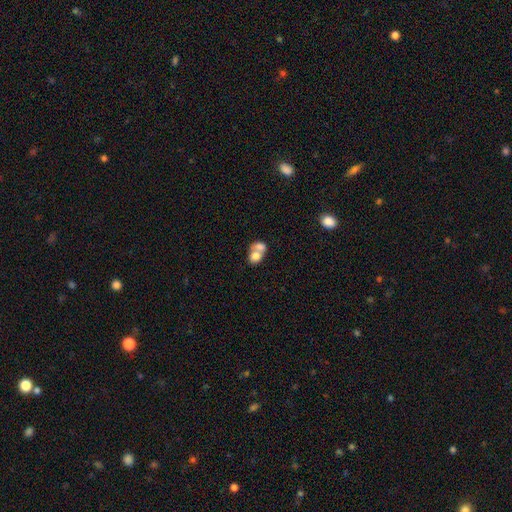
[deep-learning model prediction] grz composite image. It shows a smooth galaxy with no disk features (71%) that is in between round and cigar-shaped (52%). Merging: merger (72%).